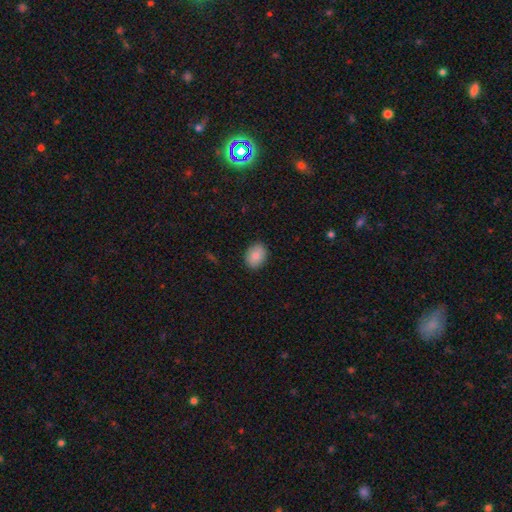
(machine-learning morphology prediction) Smooth or featured: smooth — 87% (star or artifact — 7%)
How rounded: in between — 67% (round — 32%)
Merging: none — 89% (minor disturbance — 8%)